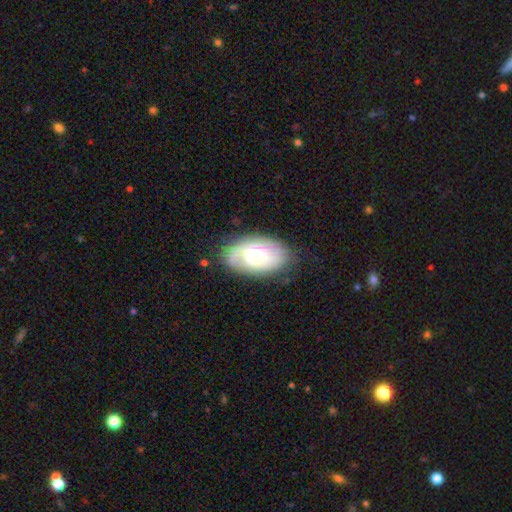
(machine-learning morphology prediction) This appears to be a featured or disk galaxy (59%) with no bar (67%), spiral arms (81%) and a moderate central bulge (66%). Merging: none (78%).